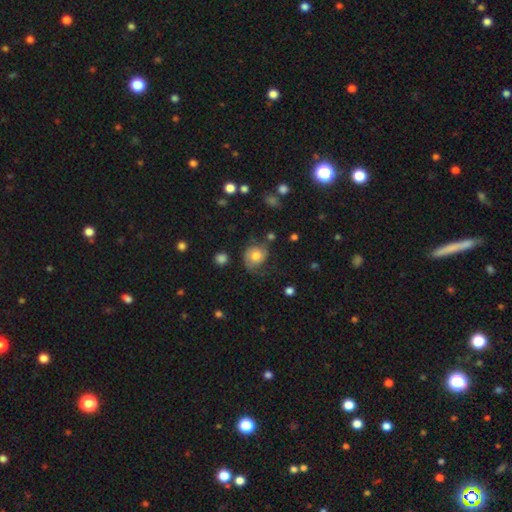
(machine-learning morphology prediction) Overall: smooth (53%; featured or disk 38%). How rounded: round (69%; in between 30%). Merging: none (52%; minor disturbance 27%).